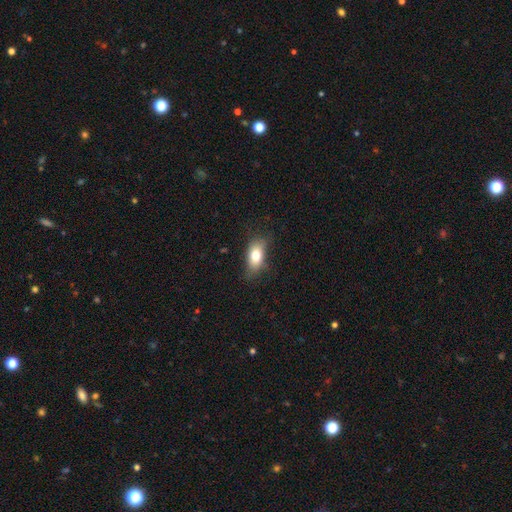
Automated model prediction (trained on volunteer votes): smooth 77%, featured or disk 14%, star or artifact 8%. Down the decision tree: how rounded — in between (85%); merging — none (70%).